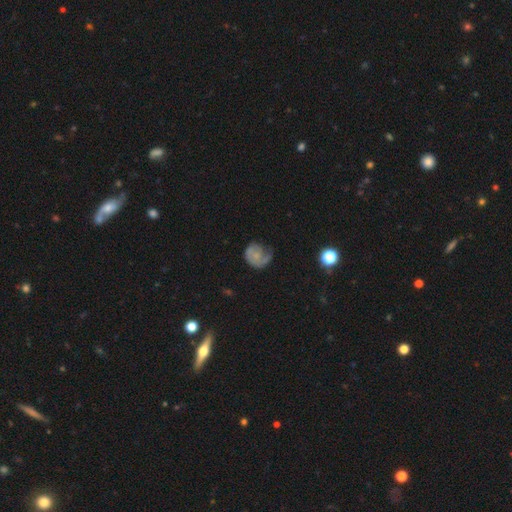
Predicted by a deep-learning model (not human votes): Smooth or featured? featured or disk (48%)
Merging? none (40%)